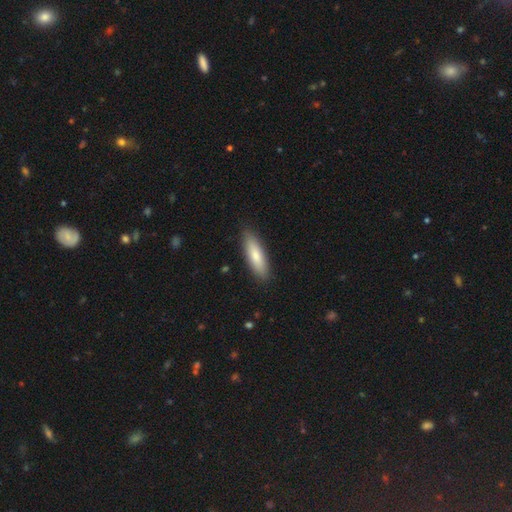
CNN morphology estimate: smooth 80%, featured or disk 15%, star or artifact 5%. Down the decision tree: how rounded — cigar-shaped (55%); merging — none (86%).